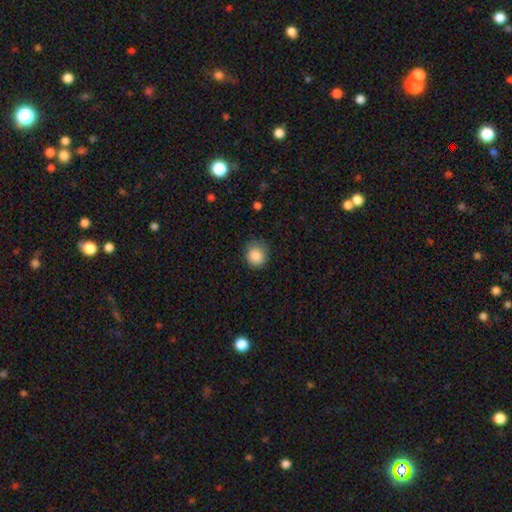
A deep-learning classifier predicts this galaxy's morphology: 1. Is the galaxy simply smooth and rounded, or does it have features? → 87% smooth, 9% star or artifact, 4% featured or disk.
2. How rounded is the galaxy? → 84% round, 15% in between, 1% cigar-shaped.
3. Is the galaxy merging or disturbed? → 75% none, 20% minor disturbance, 5% major disturbance, 1% merger.